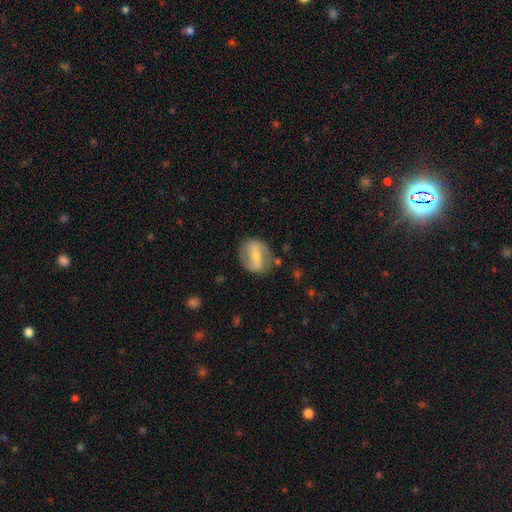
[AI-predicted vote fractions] A featured or disk galaxy (65%) with a strong bar (58%), spiral arms (72%) and a small central bulge (52%). Merging: none (78%).